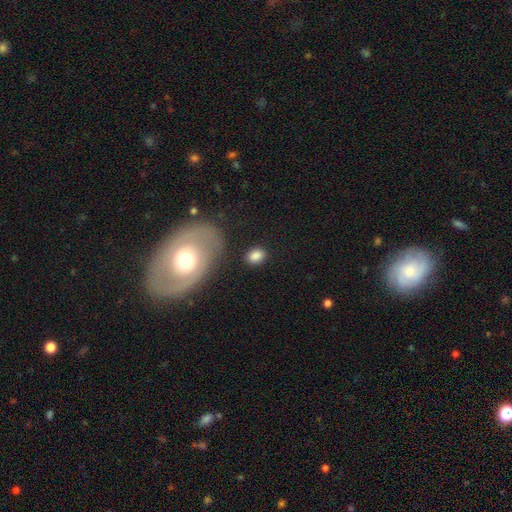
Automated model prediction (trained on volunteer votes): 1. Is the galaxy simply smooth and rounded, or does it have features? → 84% smooth, 8% star or artifact, 7% featured or disk.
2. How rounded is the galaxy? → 62% in between, 37% round, 2% cigar-shaped.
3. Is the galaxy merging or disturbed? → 80% none, 11% minor disturbance, 4% major disturbance, 4% merger.